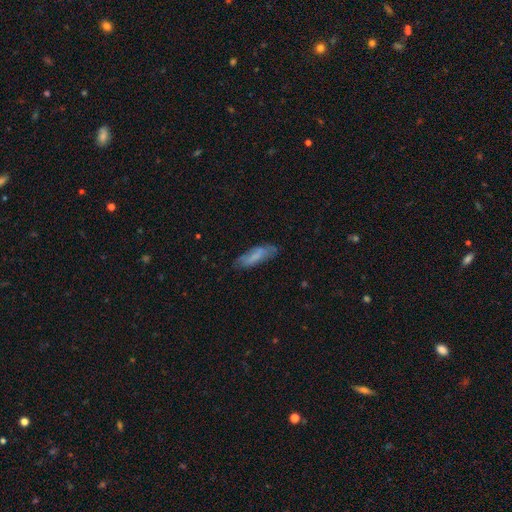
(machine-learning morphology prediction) smooth_or_featured: smooth (p=0.65) [alt: featured or disk p=0.28]
how_rounded: cigar-shaped (p=0.51) [alt: in between p=0.47]
merging: none (p=0.66) [alt: minor disturbance p=0.24]